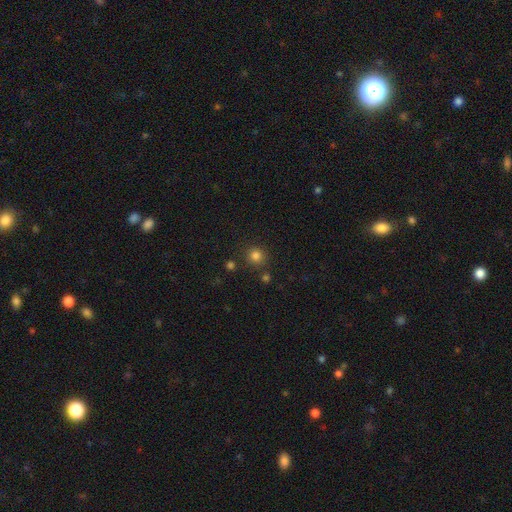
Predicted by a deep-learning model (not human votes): Smooth or featured?
  - smooth: 80% *
  - star or artifact: 15%
  - featured or disk: 5%
How rounded?
  - round: 92% *
  - in between: 7%
  - cigar-shaped: 1%
Merging?
  - none: 83% *
  - minor disturbance: 8%
  - merger: 6%
  - major disturbance: 3%